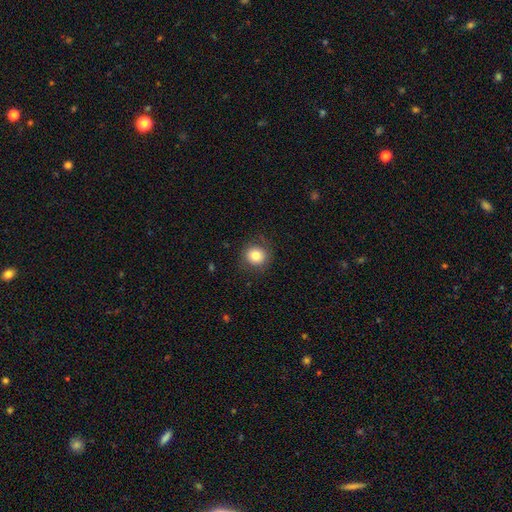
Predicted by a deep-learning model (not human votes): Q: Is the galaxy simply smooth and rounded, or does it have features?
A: smooth — 79%.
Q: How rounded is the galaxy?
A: round — 90%.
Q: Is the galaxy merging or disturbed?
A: none — 85%.